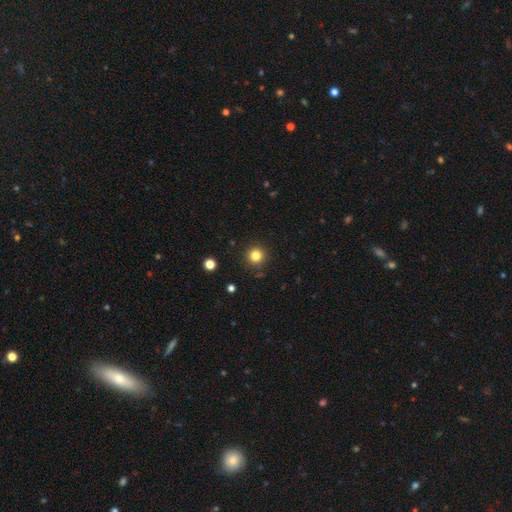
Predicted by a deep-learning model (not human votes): Overall: smooth (82%). How rounded: round (95%). Merging: none (90%).